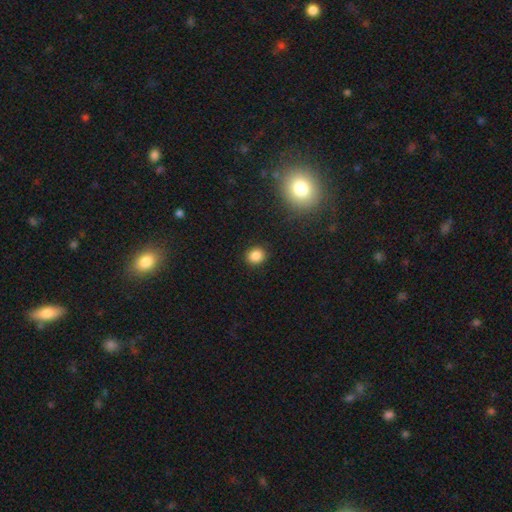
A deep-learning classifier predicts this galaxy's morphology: type=smooth (84%); roundness=round (76%); merging=none (90%).